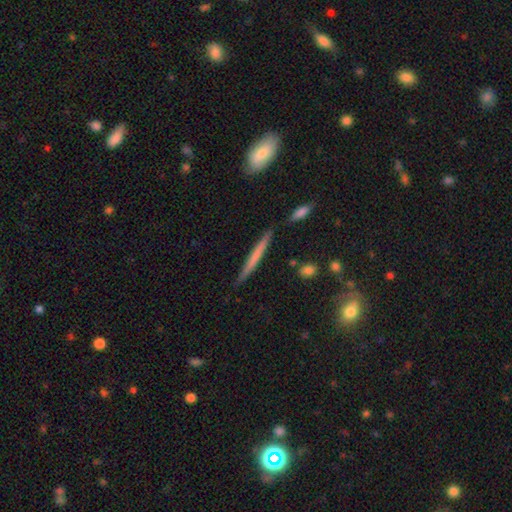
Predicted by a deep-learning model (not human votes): Morphology: type=smooth (55%); roundness=cigar-shaped (96%); merging=none (86%).